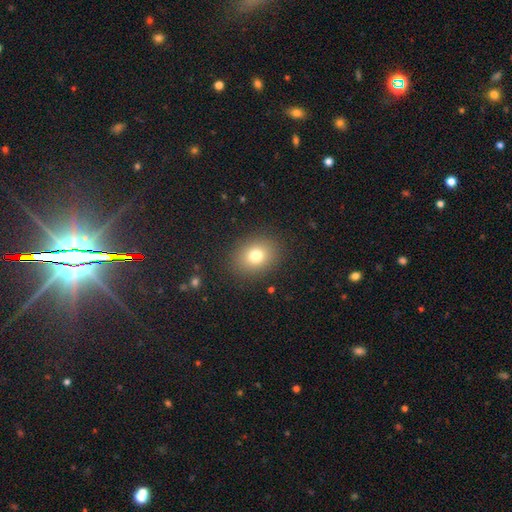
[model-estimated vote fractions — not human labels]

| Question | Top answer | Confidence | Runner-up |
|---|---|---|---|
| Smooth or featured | smooth | 77% | star or artifact (12%) |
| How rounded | round | 53% | in between (47%) |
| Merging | none | 88% | minor disturbance (8%) |